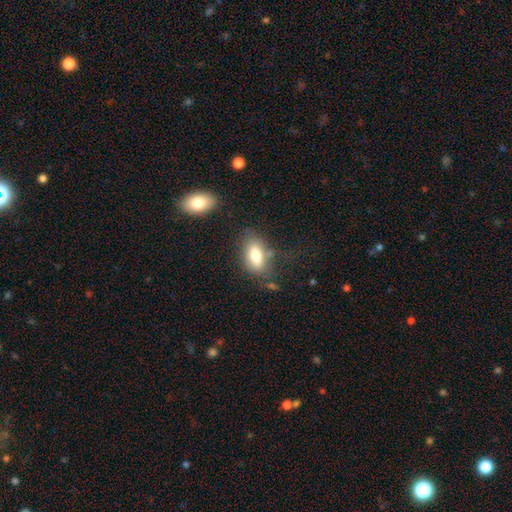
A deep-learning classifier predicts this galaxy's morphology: A smooth galaxy with no disk features (75%) that is in between round and cigar-shaped (88%). Merging: none (64%).